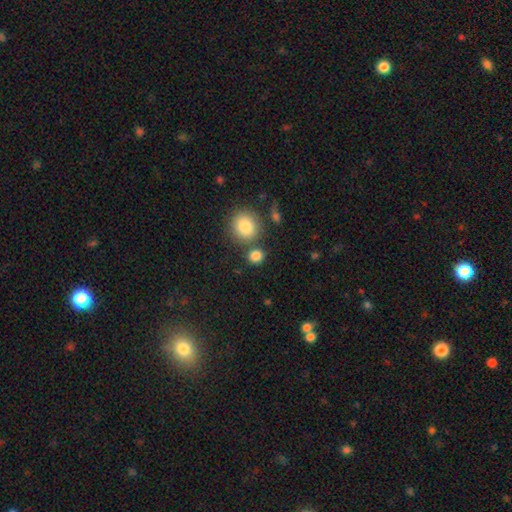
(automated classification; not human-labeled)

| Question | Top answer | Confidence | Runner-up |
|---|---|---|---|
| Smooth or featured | smooth | 84% | star or artifact (11%) |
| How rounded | round | 83% | in between (16%) |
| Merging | none | 73% | merger (15%) |